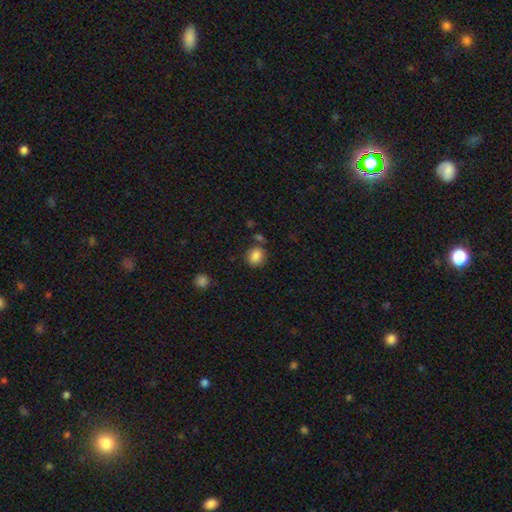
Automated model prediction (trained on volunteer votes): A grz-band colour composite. It shows a smooth galaxy with no disk features (86%) that is round (70%). Merging: none (76%).